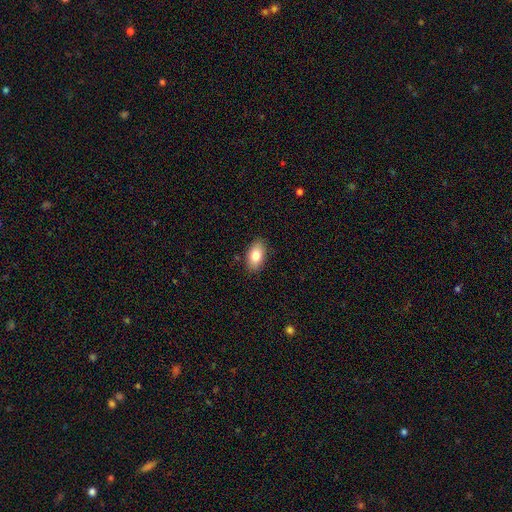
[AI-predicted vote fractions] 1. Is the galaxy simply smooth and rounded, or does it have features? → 81% smooth, 12% featured or disk, 7% star or artifact.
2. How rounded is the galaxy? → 93% in between, 5% round, 2% cigar-shaped.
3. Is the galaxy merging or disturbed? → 87% none, 10% minor disturbance, 2% major disturbance, 1% merger.